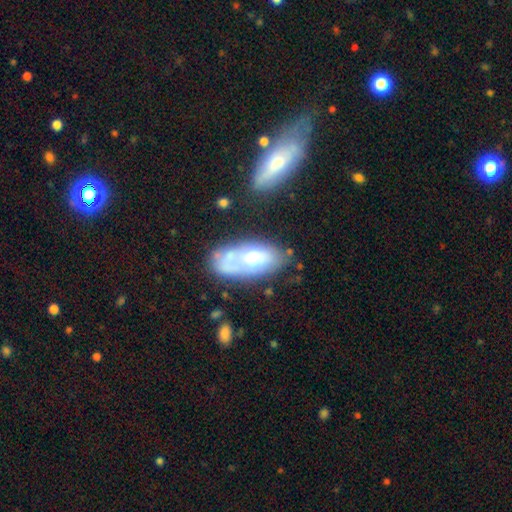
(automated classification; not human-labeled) This is possibly a smooth galaxy (58%). How rounded: clearly in between (90%). Merging: possibly none (53%).